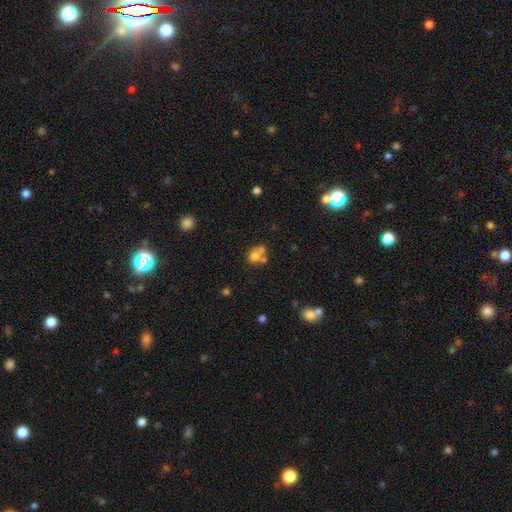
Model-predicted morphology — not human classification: Smooth or featured?
  - smooth: 67% *
  - featured or disk: 20%
  - star or artifact: 13%
How rounded?
  - round: 72% *
  - in between: 27%
  - cigar-shaped: 1%
Merging?
  - merger: 49% *
  - none: 37%
  - minor disturbance: 9%
  - major disturbance: 5%